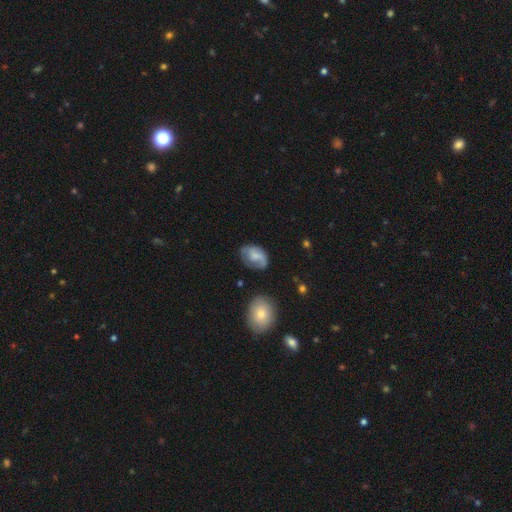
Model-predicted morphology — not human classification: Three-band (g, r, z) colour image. It shows a smooth galaxy with no disk features (50%) that is in between round and cigar-shaped (75%). Merging: none (57%).